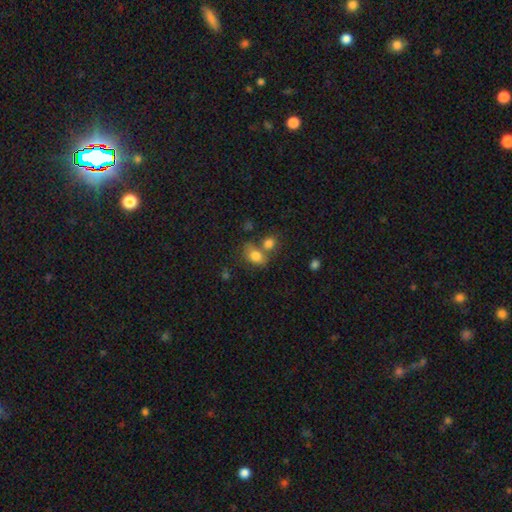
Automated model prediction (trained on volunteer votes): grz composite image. It shows a smooth galaxy with no disk features (80%) that is in between round and cigar-shaped (74%). Merging: none (44%).